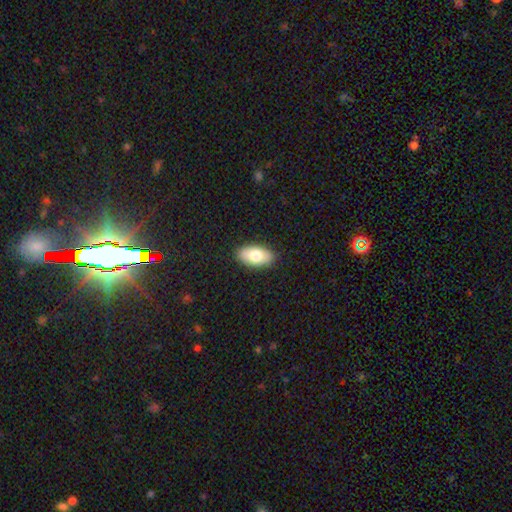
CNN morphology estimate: This appears to be a smooth galaxy with no disk features (76%) that is in between round and cigar-shaped (94%). Merging: none (89%).